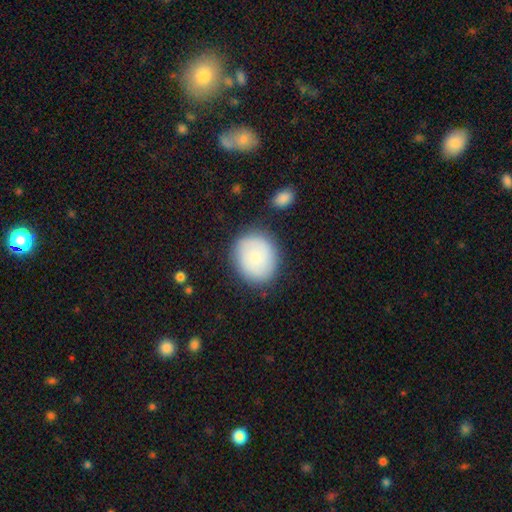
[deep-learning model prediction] Q: Smooth or featured?
A: smooth (74%); runner-up: featured or disk (19%)
Q: How rounded?
A: round (77%); runner-up: in between (22%)
Q: Merging?
A: none (79%); runner-up: minor disturbance (13%)